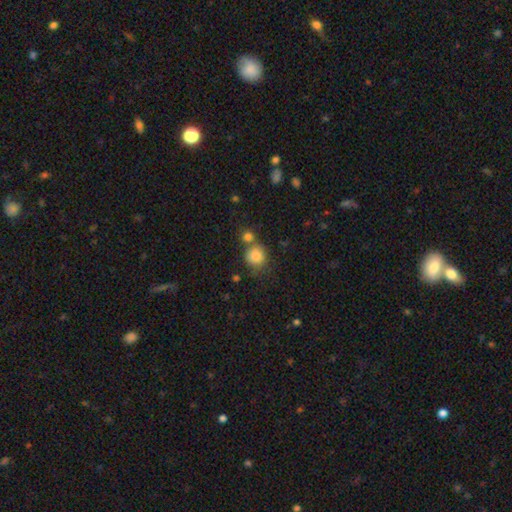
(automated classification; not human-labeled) Morphology: type=smooth (84%); roundness=round (85%); merging=none (57%).